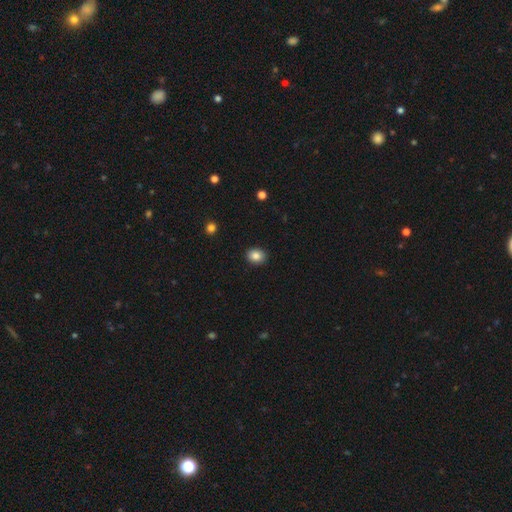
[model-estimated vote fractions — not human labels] This is clearly a smooth galaxy (86%). How rounded: possibly round (53%). Merging: clearly none (91%).